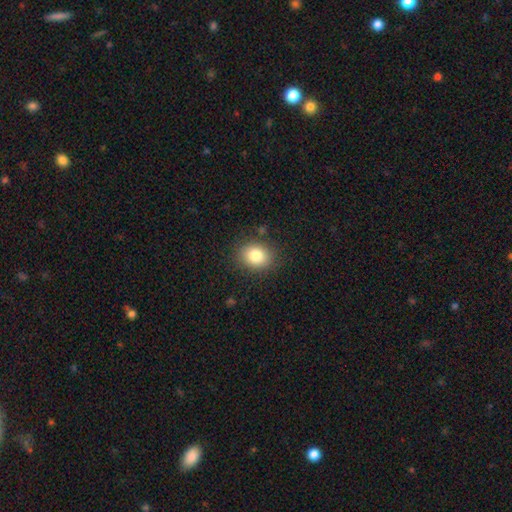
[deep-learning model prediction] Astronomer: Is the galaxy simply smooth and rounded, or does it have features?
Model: smooth — 82%.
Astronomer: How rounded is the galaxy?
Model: round — 55% (runner-up: in between, 44%).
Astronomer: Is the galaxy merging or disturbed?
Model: none — 86%.